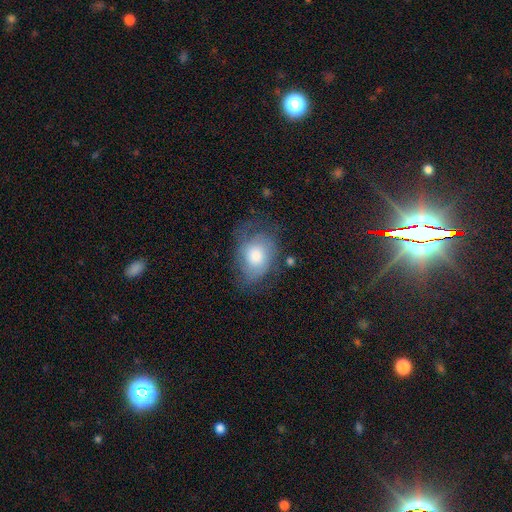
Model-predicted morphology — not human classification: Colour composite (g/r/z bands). It shows a smooth galaxy with no disk features (48%). Merging: none (54%).